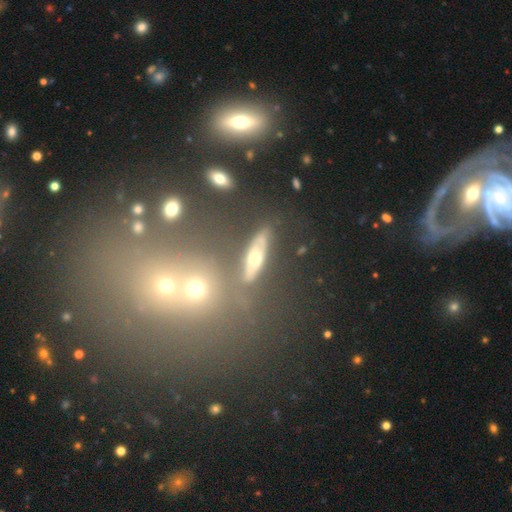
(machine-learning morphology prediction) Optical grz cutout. It shows a featured or disk galaxy (43%). Merging: none (71%).